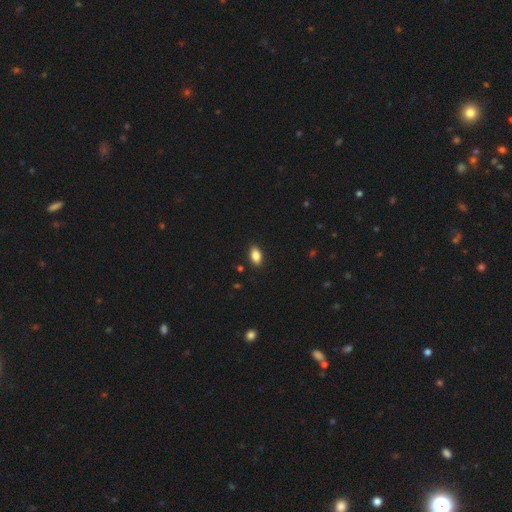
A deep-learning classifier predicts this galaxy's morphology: A smooth galaxy with no disk features (86%) that is in between round and cigar-shaped (91%). Merging: none (88%).